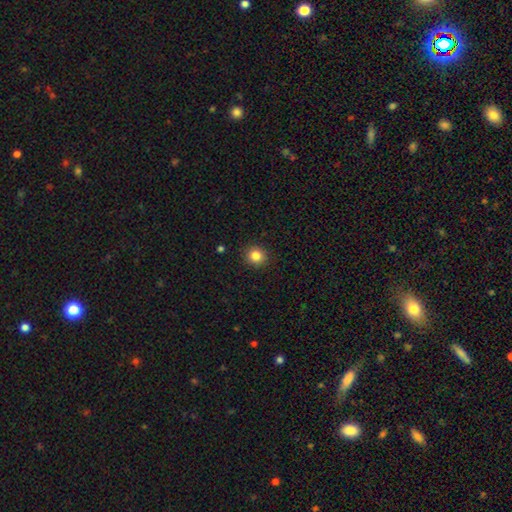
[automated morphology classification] smooth 84%, star or artifact 11%, featured or disk 5%. Down the decision tree: how rounded — round (90%); merging — none (92%).